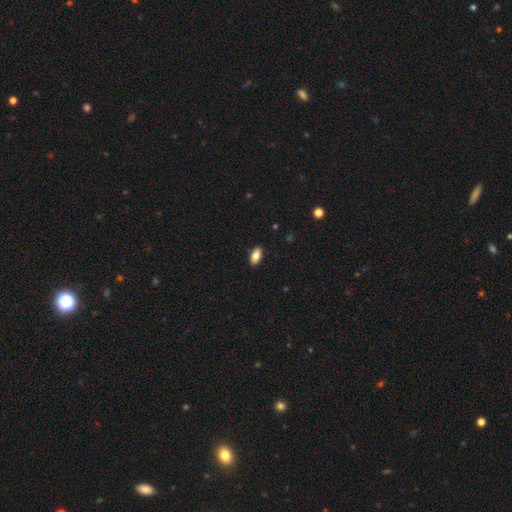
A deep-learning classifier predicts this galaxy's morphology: This appears to be a smooth galaxy with no disk features (83%) that is in between round and cigar-shaped (91%). Merging: none (89%).